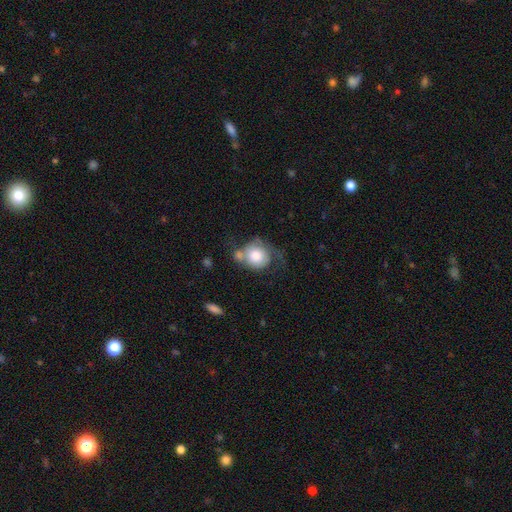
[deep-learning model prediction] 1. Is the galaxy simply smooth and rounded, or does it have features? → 61% smooth, 32% featured or disk, 7% star or artifact.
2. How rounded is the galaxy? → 77% round, 22% in between, 1% cigar-shaped.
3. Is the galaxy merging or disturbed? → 28% none, 26% major disturbance, 24% merger, 22% minor disturbance.